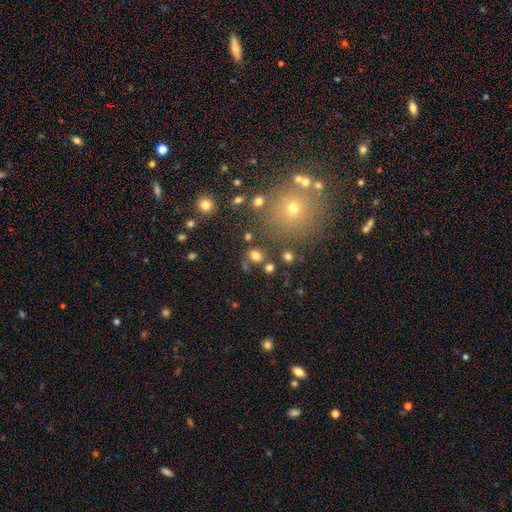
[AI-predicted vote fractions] A smooth galaxy with no disk features (74%) that is round (55%).

Vote fractions:
- Smooth or featured? smooth: 74% / star or artifact: 17% / featured or disk: 8%
- How rounded? round: 55% / in between: 44% / cigar-shaped: 1%
- Merging? none: 71% / merger: 12% / minor disturbance: 11% / major disturbance: 6%